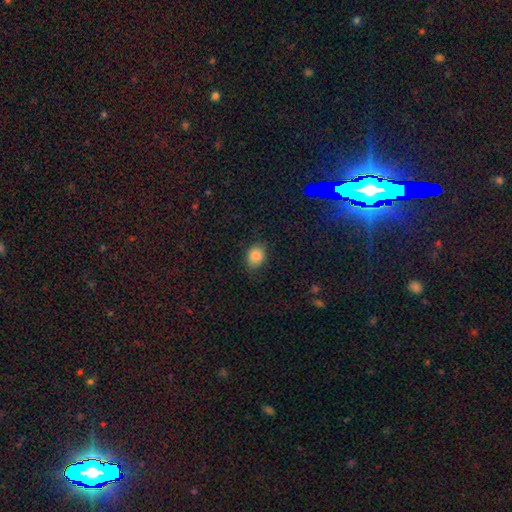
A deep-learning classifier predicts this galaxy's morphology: A smooth galaxy with no disk features (86%) that is in between round and cigar-shaped (50%).

Vote fractions:
- Smooth or featured? smooth: 86% / star or artifact: 10% / featured or disk: 5%
- How rounded? in between: 50% / round: 49% / cigar-shaped: 1%
- Merging? none: 82% / minor disturbance: 14% / major disturbance: 3% / merger: 1%